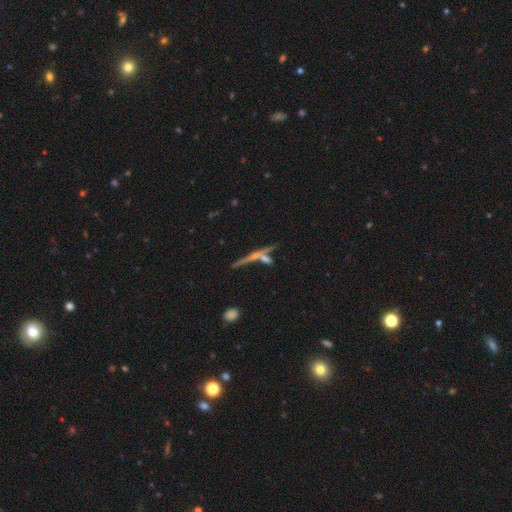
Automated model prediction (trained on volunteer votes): smooth_or_featured: featured or disk (p=0.60) [alt: smooth p=0.29]
disk_edge_on: yes (p=0.88) [alt: no p=0.12]
edge_on_bulge: rounded (p=0.46) [alt: none p=0.44]
merging: none (p=0.53) [alt: merger p=0.31]